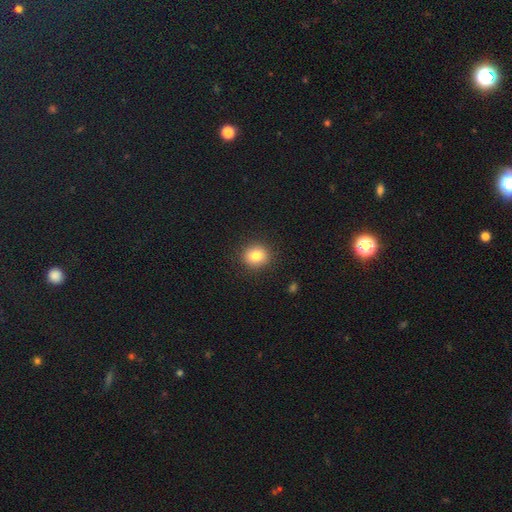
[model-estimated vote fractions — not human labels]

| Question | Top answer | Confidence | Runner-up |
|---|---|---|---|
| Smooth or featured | smooth | 82% | star or artifact (11%) |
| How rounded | round | 82% | in between (17%) |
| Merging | none | 90% | minor disturbance (7%) |